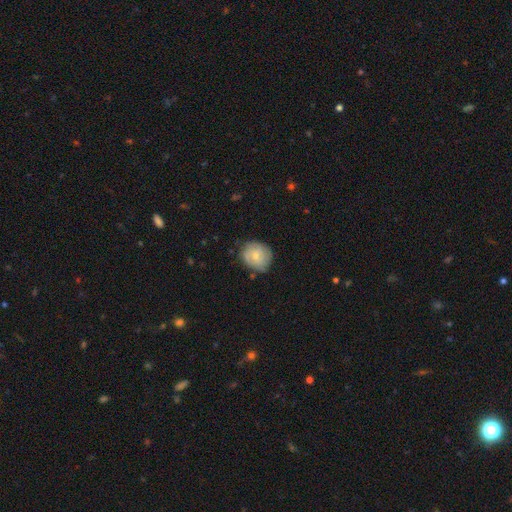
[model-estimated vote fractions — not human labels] Smooth or featured?
  - smooth: 61% *
  - featured or disk: 32%
  - star or artifact: 7%
How rounded?
  - round: 75% *
  - in between: 24%
  - cigar-shaped: 1%
Merging?
  - none: 71% *
  - minor disturbance: 22%
  - major disturbance: 5%
  - merger: 2%